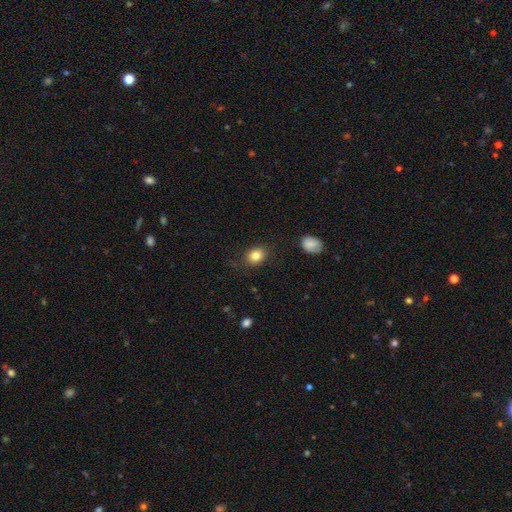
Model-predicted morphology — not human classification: smooth_or_featured: smooth (p=0.83) [alt: star or artifact p=0.10]
how_rounded: in between (p=0.52) [alt: round p=0.47]
merging: none (p=0.83) [alt: minor disturbance p=0.13]